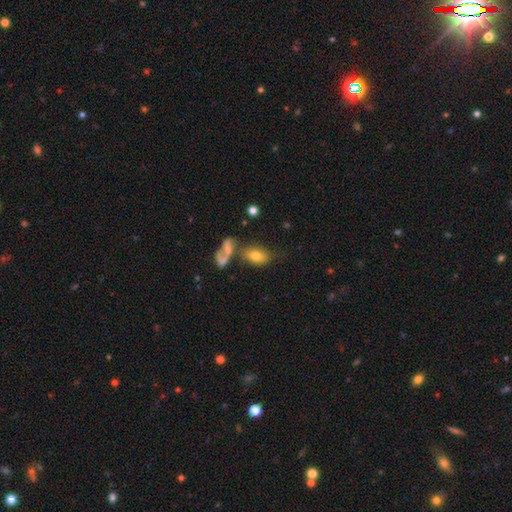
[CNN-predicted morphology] type=smooth (73%); roundness=in between (88%); merging=none (48%).